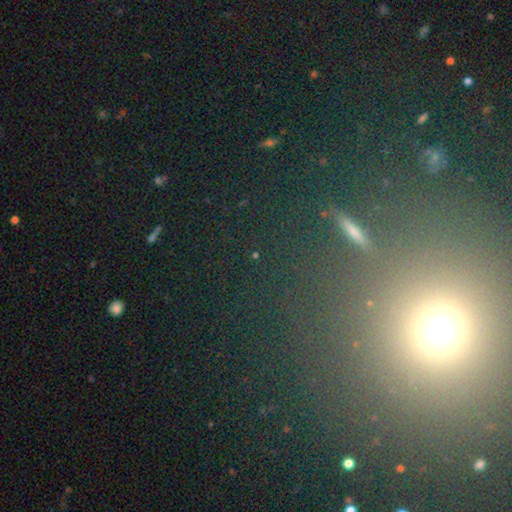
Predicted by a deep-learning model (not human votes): A star or artifact, not a galaxy (62%).